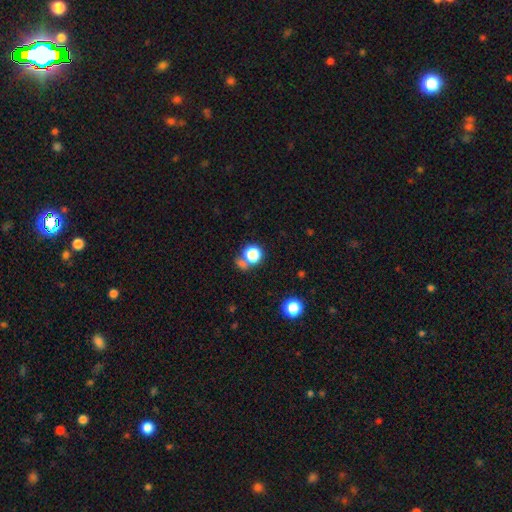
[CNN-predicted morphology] type=smooth (72%); roundness=round (86%); merging=none (60%).